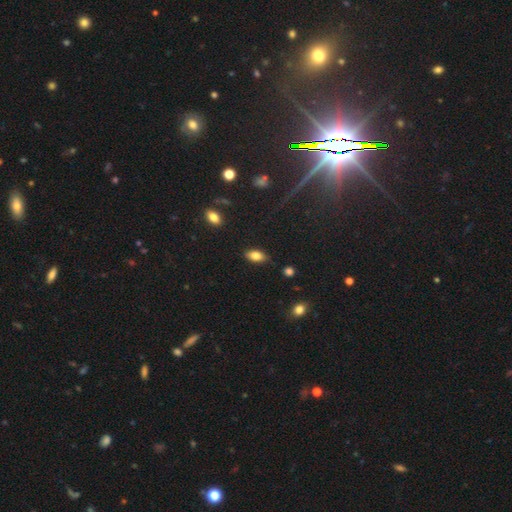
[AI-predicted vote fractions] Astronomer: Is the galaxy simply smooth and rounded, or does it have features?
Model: smooth — 79%.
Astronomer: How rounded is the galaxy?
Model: in between — 88%.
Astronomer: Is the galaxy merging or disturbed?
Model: none — 84%.